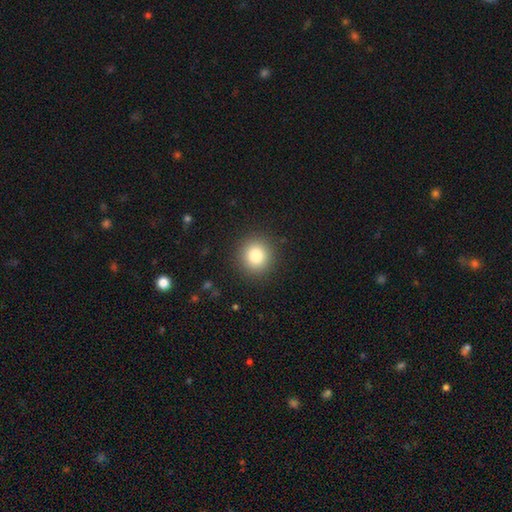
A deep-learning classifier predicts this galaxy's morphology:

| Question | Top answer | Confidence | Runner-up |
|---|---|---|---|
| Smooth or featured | smooth | 82% | star or artifact (11%) |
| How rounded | round | 92% | in between (7%) |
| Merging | none | 91% | minor disturbance (6%) |